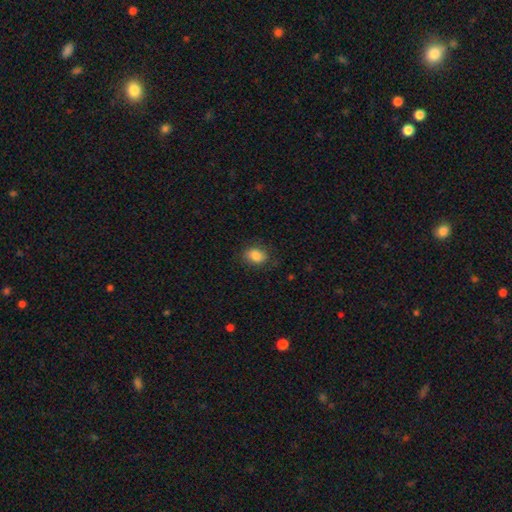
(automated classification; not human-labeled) Q: Smooth or featured?
A: smooth (85%); runner-up: star or artifact (8%)
Q: How rounded?
A: in between (69%); runner-up: round (30%)
Q: Merging?
A: none (80%); runner-up: minor disturbance (15%)